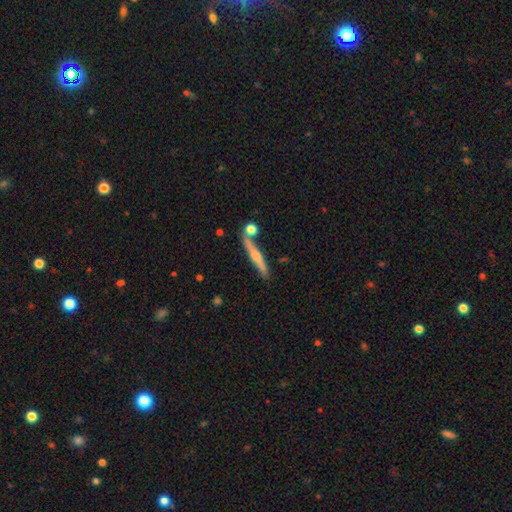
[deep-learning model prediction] Smooth or featured?
  - featured or disk: 55% *
  - smooth: 39%
  - star or artifact: 6%
Edge-on disk?
  - yes: 94% *
  - no: 6%
Edge-on bulge?
  - rounded: 77% *
  - none: 16%
  - boxy: 7%
Merging?
  - none: 72% *
  - minor disturbance: 13%
  - merger: 12%
  - major disturbance: 3%